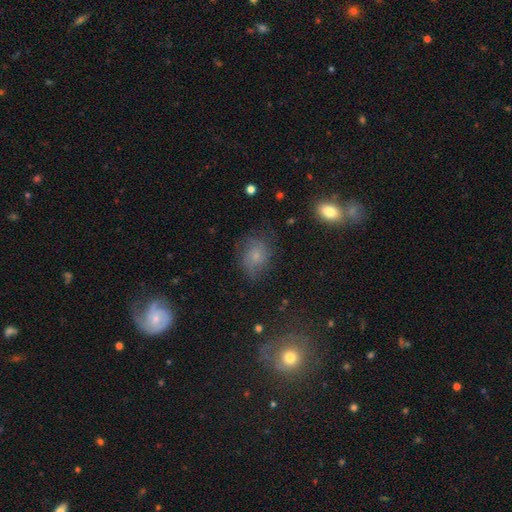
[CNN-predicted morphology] A smooth galaxy with no disk features (45%). Merging: none (64%).